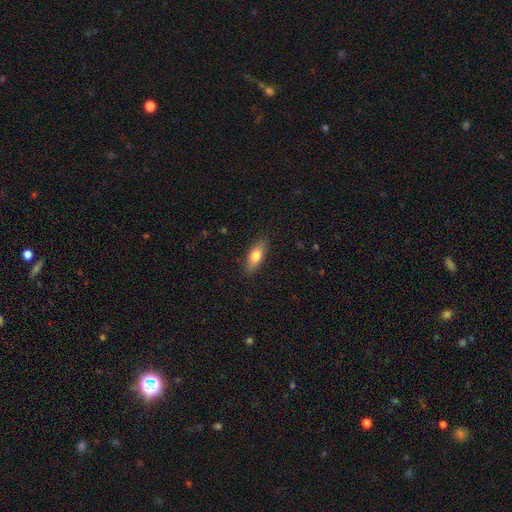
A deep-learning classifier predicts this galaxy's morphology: smooth 73%, featured or disk 20%, star or artifact 6%. Down the decision tree: how rounded — in between (70%); merging — none (87%).